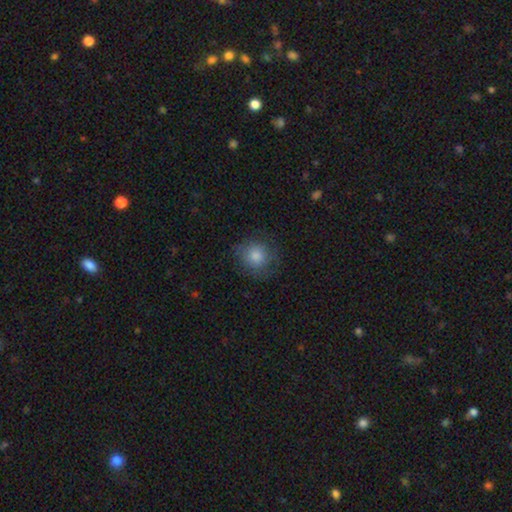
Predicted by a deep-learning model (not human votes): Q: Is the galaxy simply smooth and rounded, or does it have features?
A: smooth — 79%.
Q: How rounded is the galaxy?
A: round — 86%.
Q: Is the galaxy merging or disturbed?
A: none — 77%.